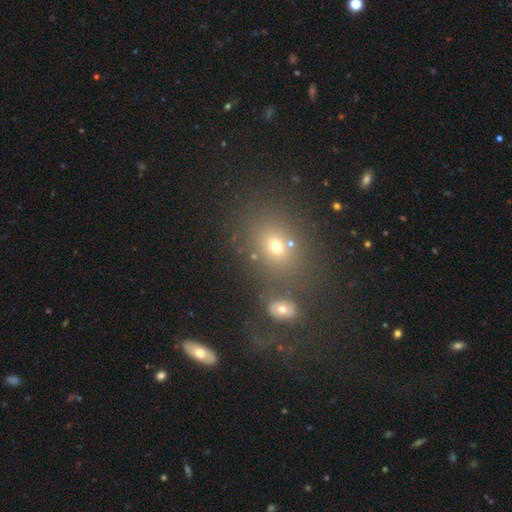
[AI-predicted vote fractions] Q: Smooth or featured?
A: smooth (49%); runner-up: star or artifact (34%)
Q: Merging?
A: none (49%); runner-up: merger (36%)